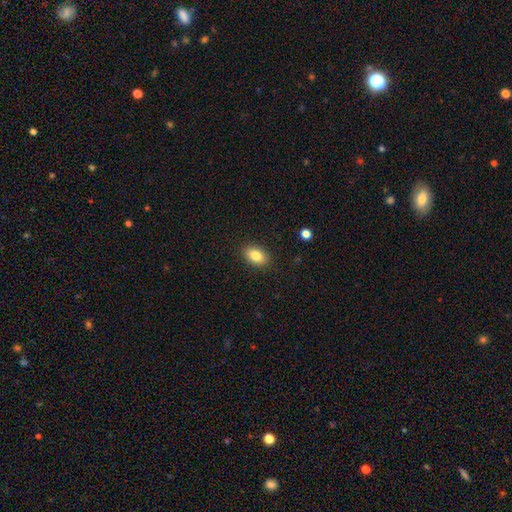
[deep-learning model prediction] Smooth or featured? smooth (83%)
How rounded? in between (86%)
Merging? none (89%)